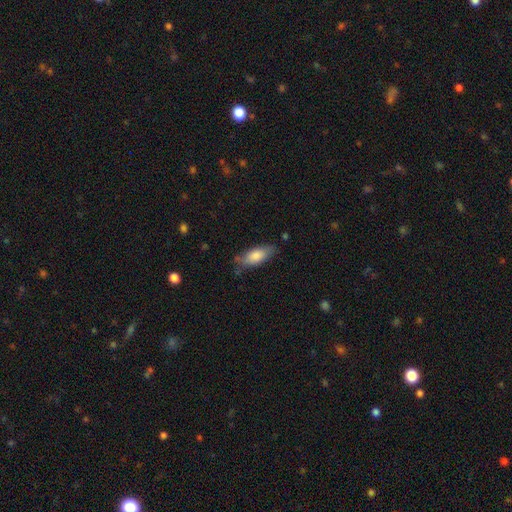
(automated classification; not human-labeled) Morphology: type=smooth (77%); roundness=in between (73%); merging=none (74%).